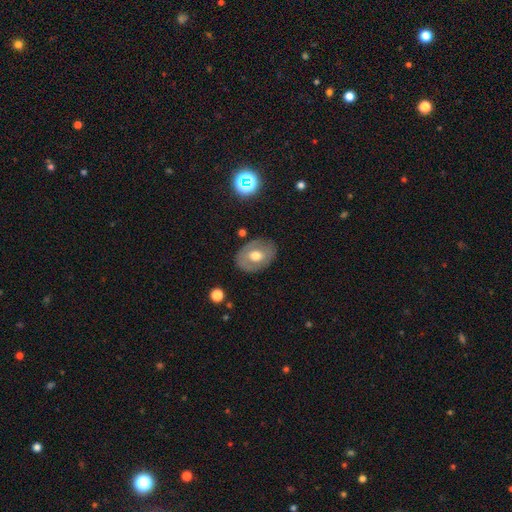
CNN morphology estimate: Smooth or featured?
  - smooth: 50% *
  - featured or disk: 43%
  - star or artifact: 8%
Merging?
  - none: 80% *
  - minor disturbance: 14%
  - major disturbance: 5%
  - merger: 2%